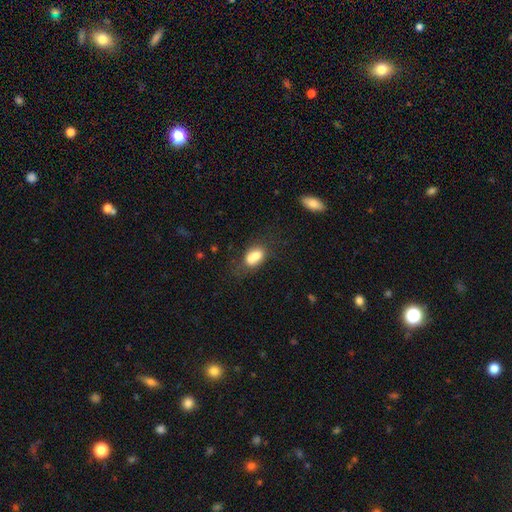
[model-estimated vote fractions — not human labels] A smooth galaxy with no disk features (69%) that is in between round and cigar-shaped (74%).

Vote fractions:
- Smooth or featured? smooth: 69% / featured or disk: 21% / star or artifact: 10%
- How rounded? in between: 74% / round: 24% / cigar-shaped: 2%
- Merging? merger: 49% / none: 31% / minor disturbance: 14% / major disturbance: 7%